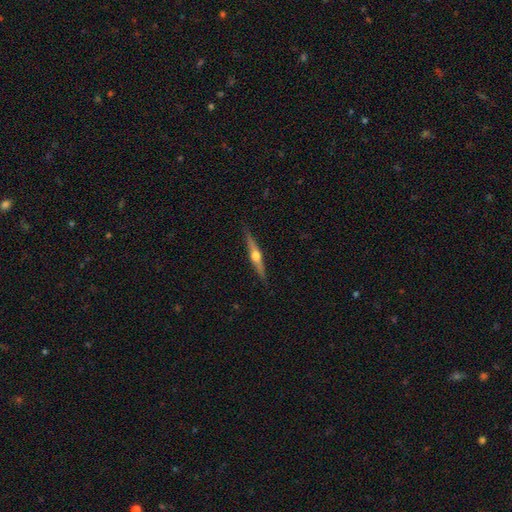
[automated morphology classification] smooth-or-featured: featured or disk: 75% | smooth: 20% | star or artifact: 5%
  disk-edge-on: yes: 98% | no: 2%
    edge-on-bulge: rounded: 95% | none: 3% | boxy: 2%
  merging: none: 90% | minor disturbance: 8% | major disturbance: 1% | merger: 1%